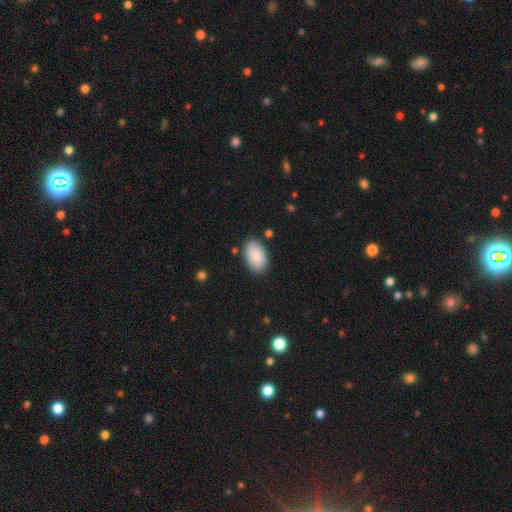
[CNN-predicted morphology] This appears to be a smooth galaxy with no disk features (89%) that is in between round and cigar-shaped (94%). Merging: none (84%).